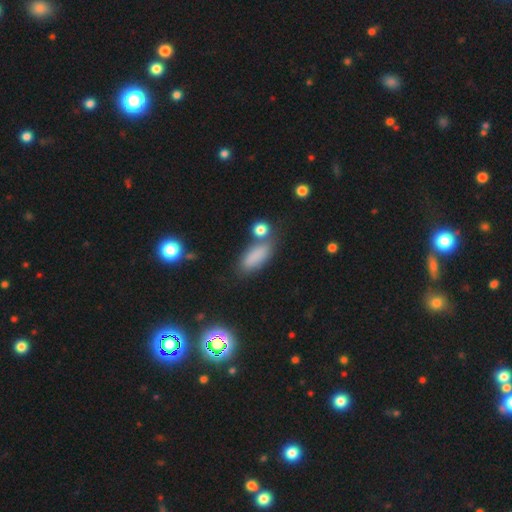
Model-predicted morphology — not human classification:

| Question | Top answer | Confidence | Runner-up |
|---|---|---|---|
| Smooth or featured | smooth | 81% | star or artifact (11%) |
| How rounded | in between | 73% | cigar-shaped (22%) |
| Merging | none | 66% | minor disturbance (16%) |